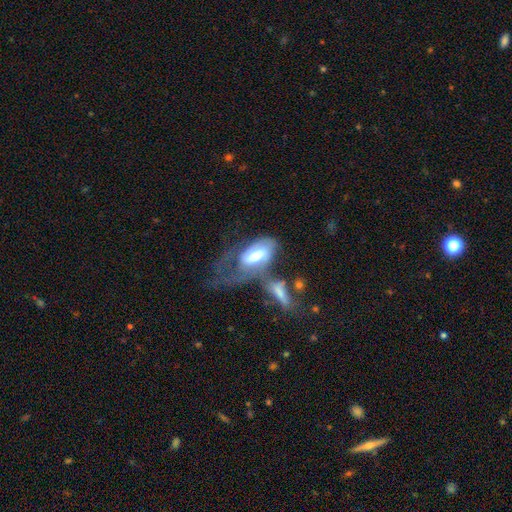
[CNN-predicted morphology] smooth_or_featured: smooth (p=0.51) [alt: featured or disk p=0.43]
how_rounded: in between (p=0.87) [alt: cigar-shaped p=0.10]
merging: major disturbance (p=0.41) [alt: merger p=0.36]